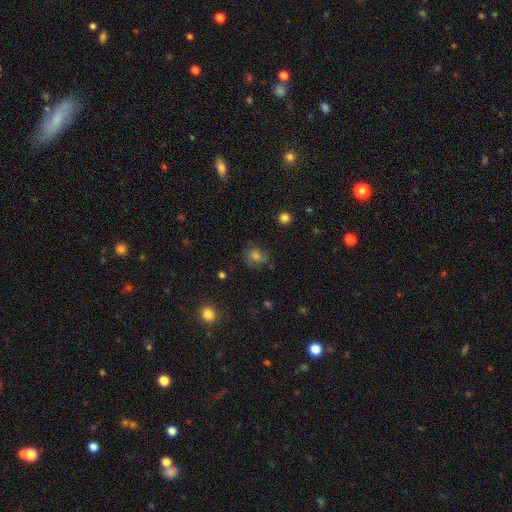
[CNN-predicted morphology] smooth 65%, star or artifact 20%, featured or disk 15%. Down the decision tree: how rounded — round (71%); merging — none (64%).